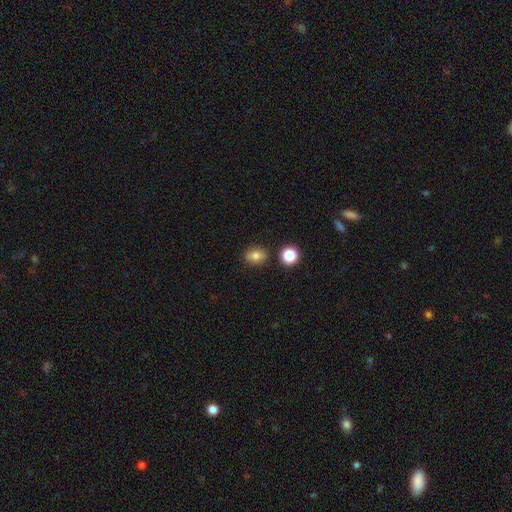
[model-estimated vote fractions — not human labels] Morphology: type=smooth (78%); roundness=in between (54%); merging=none (85%).